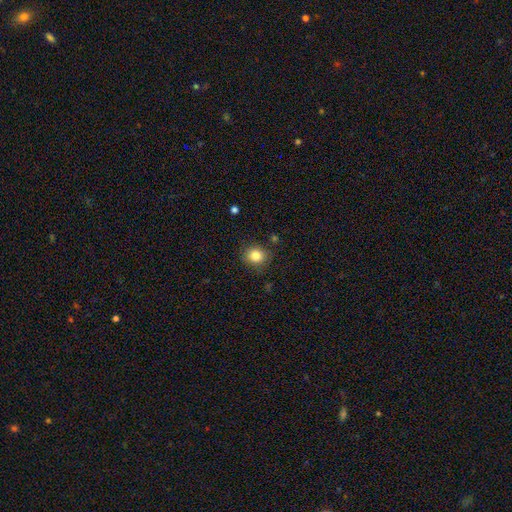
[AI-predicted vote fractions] Smooth or featured? Predicted: smooth (p=0.83). How rounded? Predicted: round (p=0.78). Merging? Predicted: none (p=0.85).